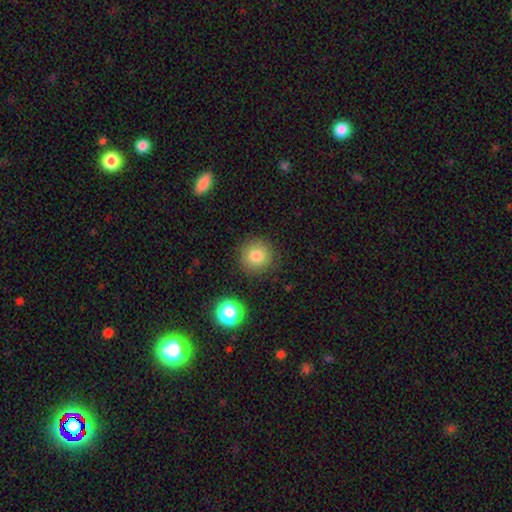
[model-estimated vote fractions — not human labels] smooth-or-featured: smooth: 82% | star or artifact: 11% | featured or disk: 7%
  how-rounded: round: 93% | in between: 6% | cigar-shaped: 1%
  merging: none: 88% | minor disturbance: 8% | major disturbance: 3% | merger: 2%